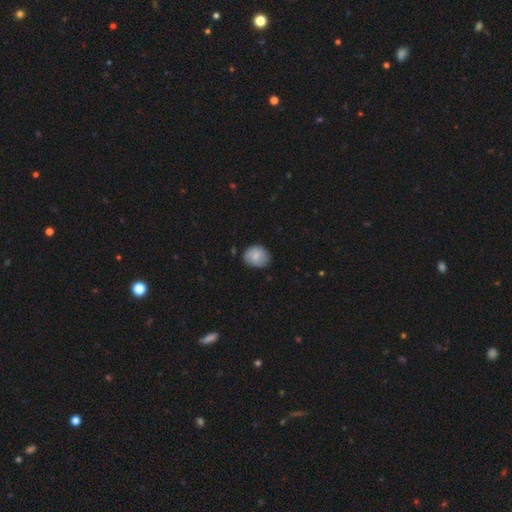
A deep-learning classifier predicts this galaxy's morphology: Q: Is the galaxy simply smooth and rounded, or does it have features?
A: smooth — 76%.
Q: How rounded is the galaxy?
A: round — 64%.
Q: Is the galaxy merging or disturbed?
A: none — 72%.